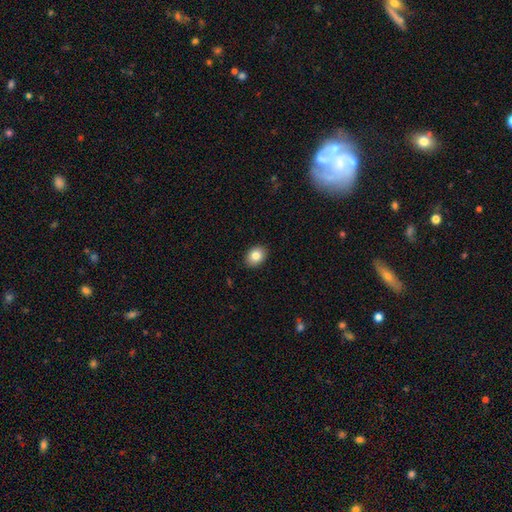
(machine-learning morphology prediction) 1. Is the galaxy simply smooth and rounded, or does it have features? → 84% smooth, 9% star or artifact, 8% featured or disk.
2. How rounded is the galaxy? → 65% in between, 34% round, 1% cigar-shaped.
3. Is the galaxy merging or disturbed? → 90% none, 7% minor disturbance, 2% major disturbance, 1% merger.